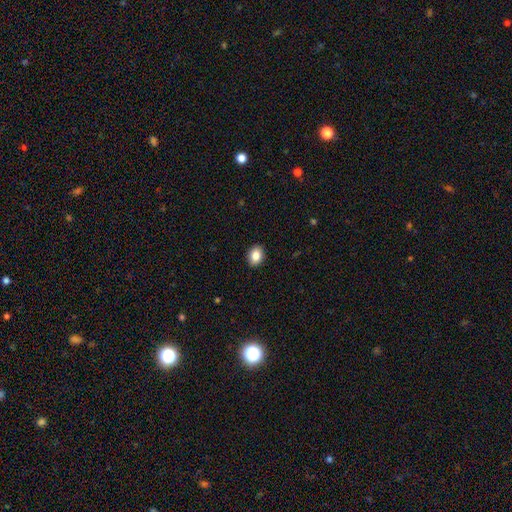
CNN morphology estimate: Overall: smooth (84%). How rounded: in between (61%; round 38%). Merging: none (91%).